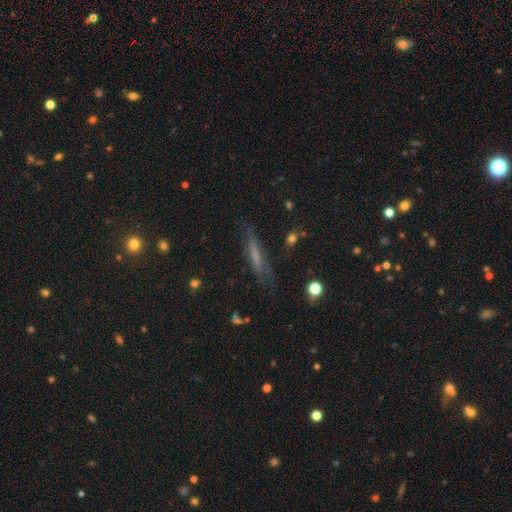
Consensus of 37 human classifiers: Smooth or featured? featured or disk (46%)
Edge-on disk? yes (82%)
Edge-on bulge? none (93%)
Merging? none (64%)